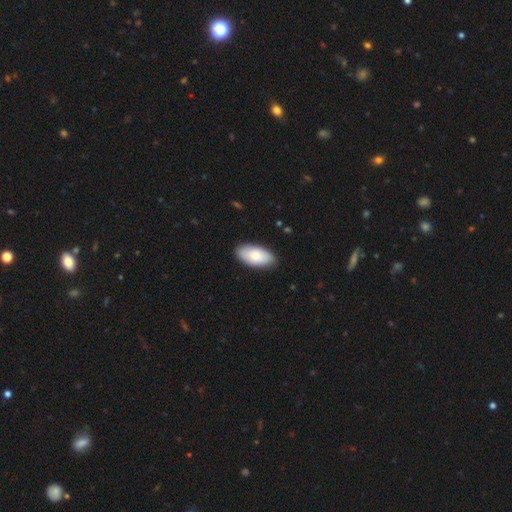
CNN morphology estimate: Overall: smooth (80%). How rounded: in between (94%). Merging: none (85%).